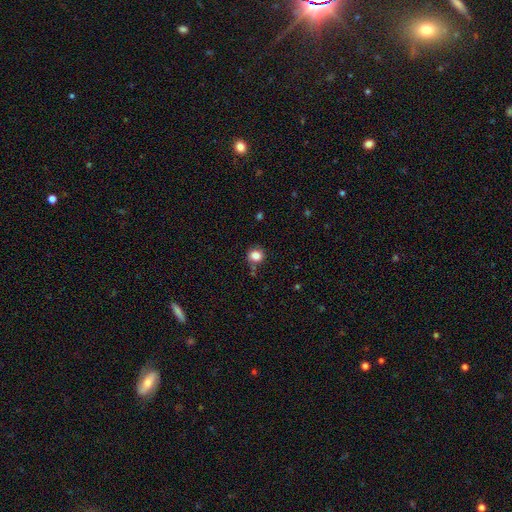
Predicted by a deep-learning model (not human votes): A smooth galaxy with no disk features (83%) that is round (83%). Merging: none (76%).